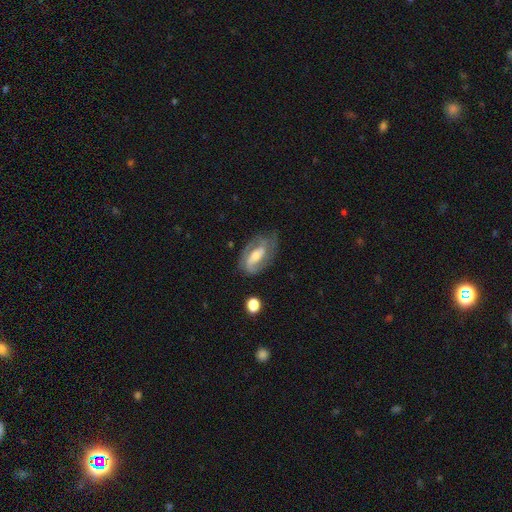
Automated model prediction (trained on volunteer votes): featured or disk 78%, smooth 16%, star or artifact 6%. Down the decision tree: edge-on disk — no (94%); bar — weak (40%); spiral arms — yes (91%); spiral arm count — 2 (70%); spiral winding — medium (45%); bulge size — moderate (52%); merging — none (63%).